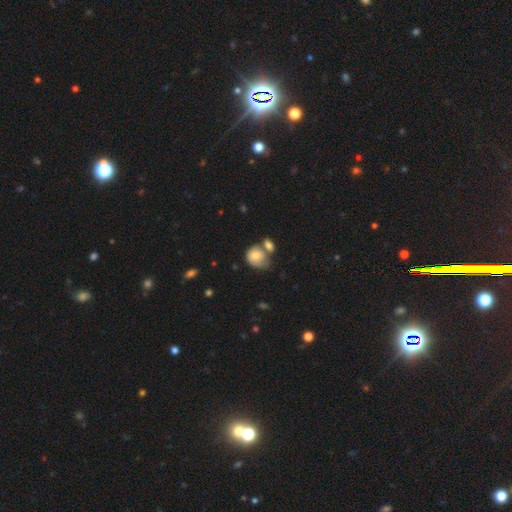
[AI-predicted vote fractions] The model was most divided on "merging": merger: 39%, none: 34%, minor disturbance: 19%, major disturbance: 9%. More confident: smooth or featured — smooth (70%); how rounded — round (65%).